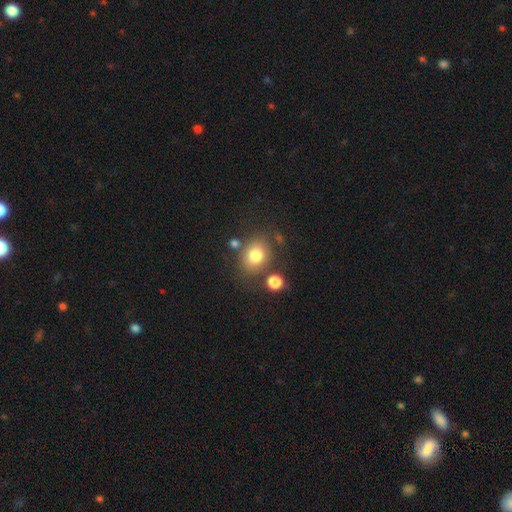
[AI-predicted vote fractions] A smooth galaxy with no disk features (79%) that is round (57%).

Vote fractions:
- Smooth or featured? smooth: 79% / star or artifact: 11% / featured or disk: 10%
- How rounded? round: 57% / in between: 42% / cigar-shaped: 1%
- Merging? none: 72% / minor disturbance: 13% / merger: 10% / major disturbance: 5%